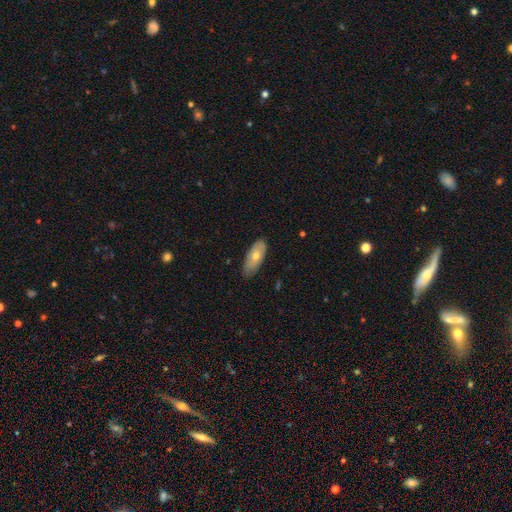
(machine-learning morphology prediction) This appears to be a smooth galaxy with no disk features (55%) that is in between round and cigar-shaped (81%). Merging: none (79%).